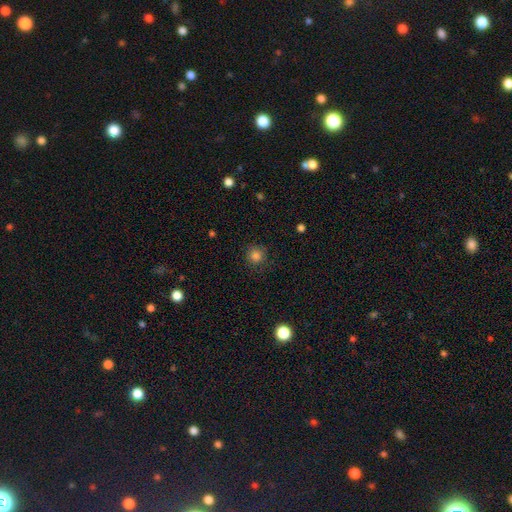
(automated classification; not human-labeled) This appears to be a smooth galaxy with no disk features (83%) that is round (94%). Merging: none (86%).